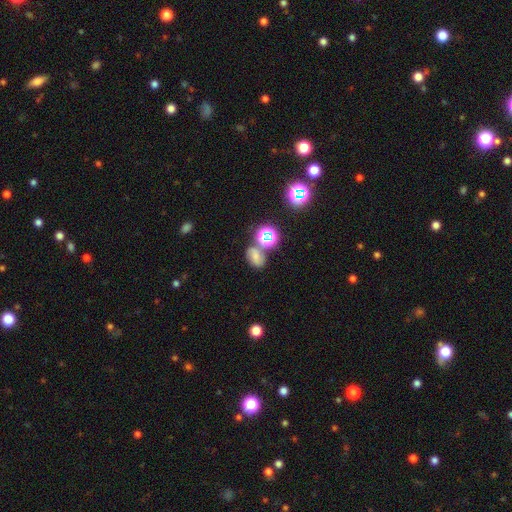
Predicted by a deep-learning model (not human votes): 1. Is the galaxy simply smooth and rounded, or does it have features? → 44% smooth, 30% featured or disk, 26% star or artifact.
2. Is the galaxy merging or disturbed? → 50% none, 24% merger, 18% minor disturbance, 8% major disturbance.